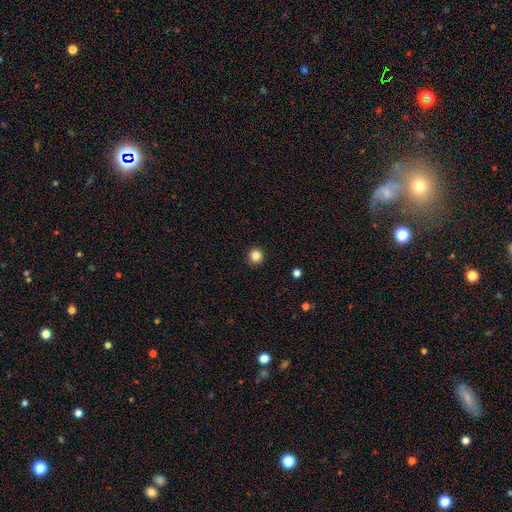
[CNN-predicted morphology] Smooth or featured? Predicted: smooth (p=0.84). How rounded? Predicted: round (p=0.95). Merging? Predicted: none (p=0.93).